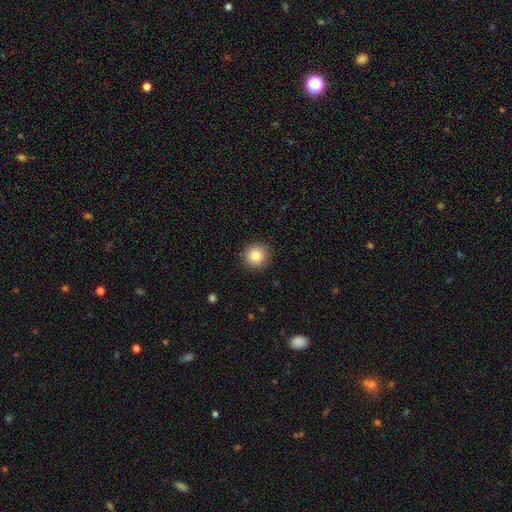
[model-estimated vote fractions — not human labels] Smooth or featured: smooth — 84% (star or artifact — 9%)
How rounded: round — 93% (in between — 6%)
Merging: none — 91% (minor disturbance — 6%)